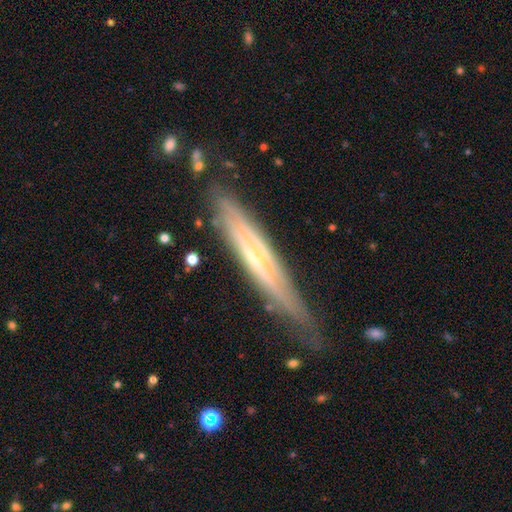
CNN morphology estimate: Smooth or featured? Predicted: featured or disk (p=0.76). Edge-on disk? Predicted: yes (p=0.85). Edge-on bulge? Predicted: none (p=0.48). Merging? Predicted: none (p=0.75).